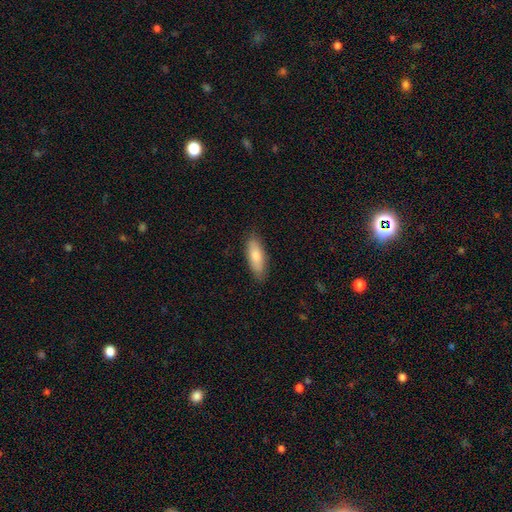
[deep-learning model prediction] smooth 77%, featured or disk 17%, star or artifact 6%. Down the decision tree: how rounded — in between (65%); merging — none (84%).